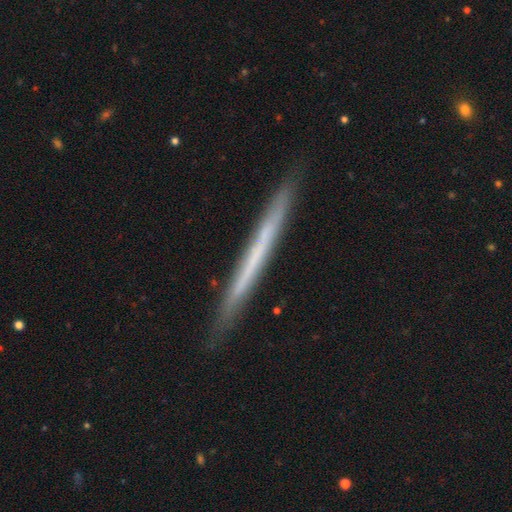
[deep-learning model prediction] Smooth or featured: featured or disk — 54% (smooth — 40%)
Edge-on disk: yes — 96% (no — 4%)
Edge-on bulge: none — 94% (rounded — 4%)
Merging: none — 89% (minor disturbance — 9%)